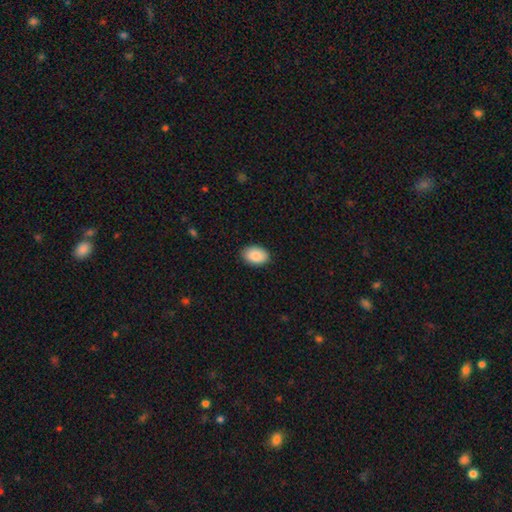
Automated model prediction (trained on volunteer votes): Overall: smooth (89%). How rounded: in between (89%). Merging: none (89%).